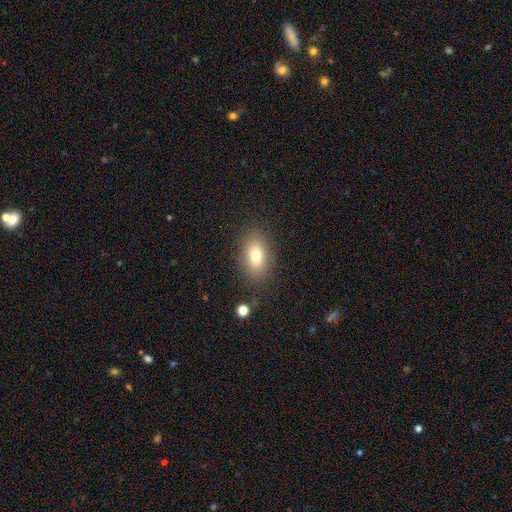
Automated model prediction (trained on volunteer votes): Morphology: type=smooth (75%); roundness=in between (82%); merging=none (83%).